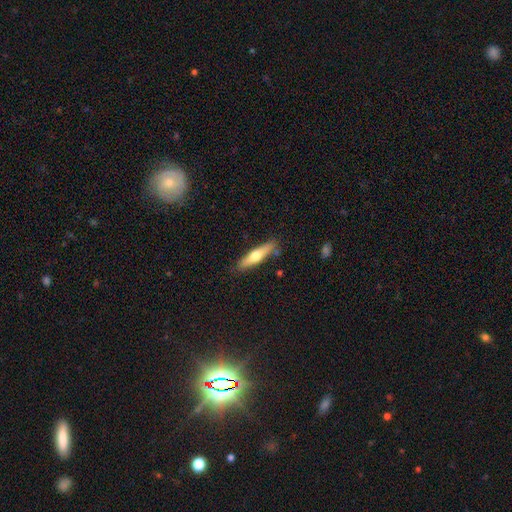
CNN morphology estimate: The model was most divided on "smooth or featured": smooth: 53%, featured or disk: 42%, star or artifact: 5%. More confident: merging — none (83%); how rounded — cigar-shaped (78%).